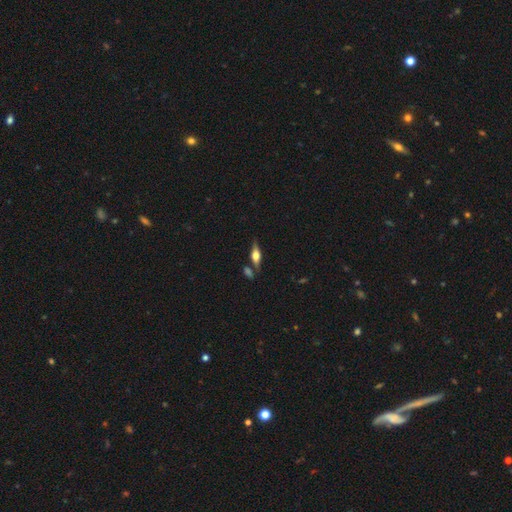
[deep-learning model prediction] This is likely a featured or disk galaxy (60%). It is clearly viewed edge-on (94%). Edge-on bulge: clearly rounded (87%). Merging: likely none (73%).